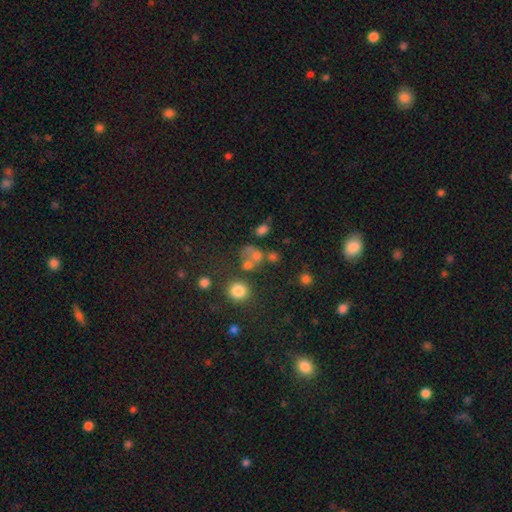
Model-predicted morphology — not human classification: Smooth or featured?
  - smooth: 59% *
  - star or artifact: 23%
  - featured or disk: 18%
How rounded?
  - round: 66% *
  - in between: 32%
  - cigar-shaped: 2%
Merging?
  - none: 42% *
  - merger: 35%
  - minor disturbance: 12%
  - major disturbance: 11%